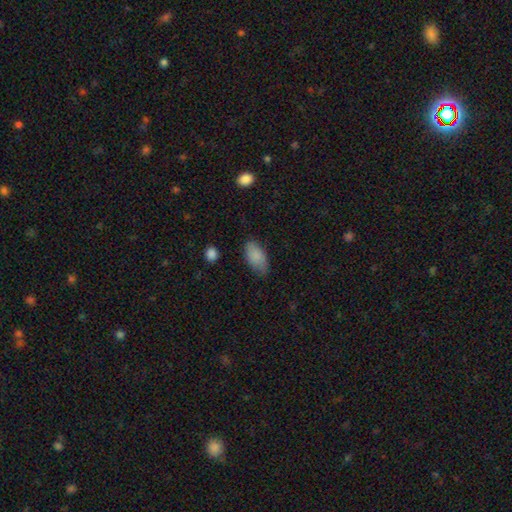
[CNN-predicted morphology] A smooth galaxy with no disk features (86%) that is in between round and cigar-shaped (93%). Merging: none (73%).